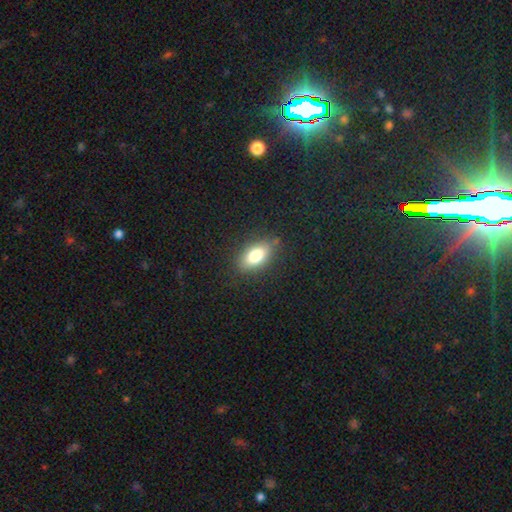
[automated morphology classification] smooth-or-featured: smooth: 79% | featured or disk: 12% | star or artifact: 9%
  how-rounded: in between: 89% | cigar-shaped: 6% | round: 5%
  merging: none: 83% | minor disturbance: 12% | major disturbance: 3% | merger: 1%